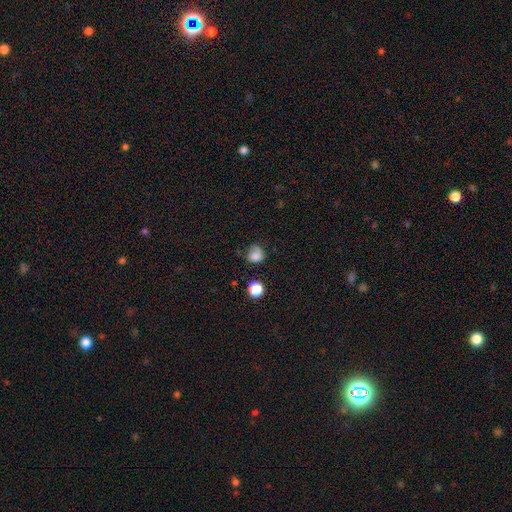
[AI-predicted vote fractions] The model was most divided on "merging": none: 51%, minor disturbance: 30%, major disturbance: 15%, merger: 4%. More confident: smooth or featured — smooth (76%); how rounded — round (72%).